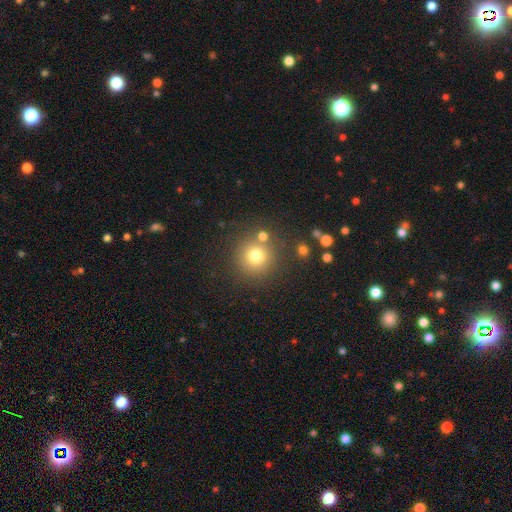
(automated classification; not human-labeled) Morphology: type=smooth (75%); roundness=round (94%); merging=none (79%).